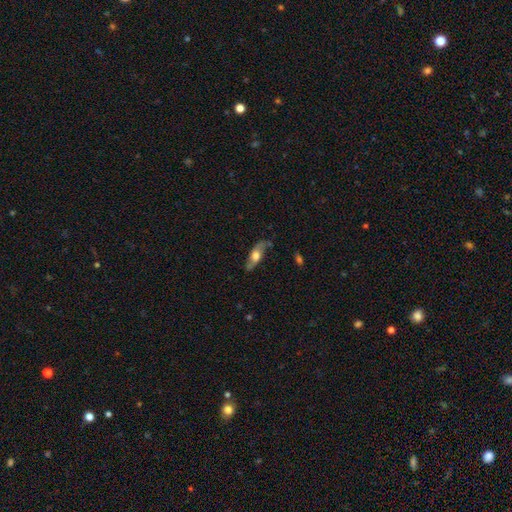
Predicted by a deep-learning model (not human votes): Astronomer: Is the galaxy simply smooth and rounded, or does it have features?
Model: featured or disk — 51% (runner-up: smooth, 43%).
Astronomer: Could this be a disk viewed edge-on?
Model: no — 57% (runner-up: yes, 43%).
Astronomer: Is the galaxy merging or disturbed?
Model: none — 68%.